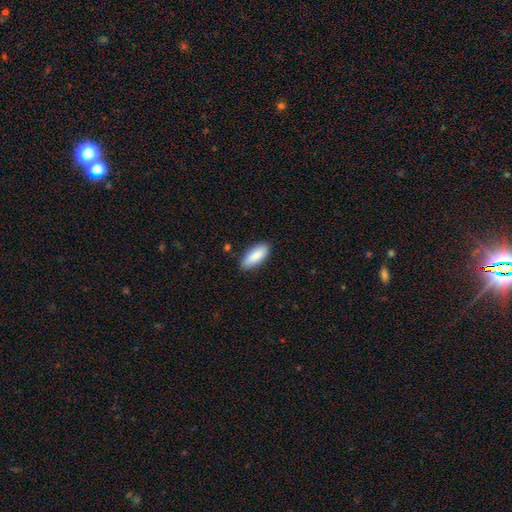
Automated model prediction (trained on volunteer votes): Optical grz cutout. It shows a smooth galaxy with no disk features (88%) that is in between round and cigar-shaped (79%). Merging: none (85%).